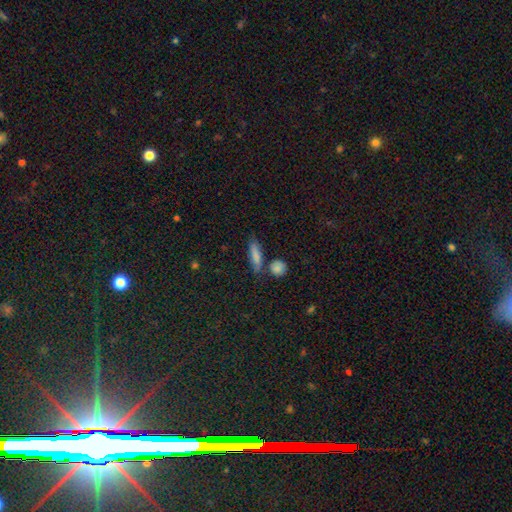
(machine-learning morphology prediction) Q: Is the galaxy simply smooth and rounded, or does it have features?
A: smooth — 77%.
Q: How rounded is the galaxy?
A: cigar-shaped — 59%.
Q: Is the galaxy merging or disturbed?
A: none — 64%.